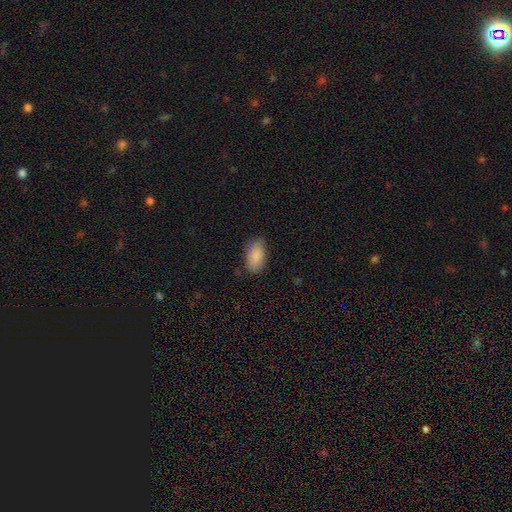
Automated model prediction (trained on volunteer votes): This appears to be a smooth galaxy with no disk features (87%) that is in between round and cigar-shaped (94%). Merging: none (79%).